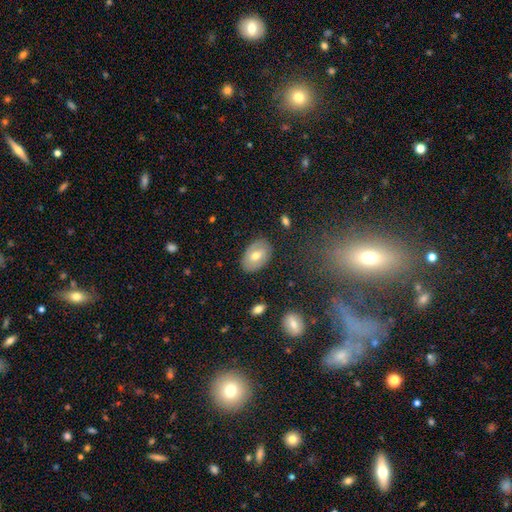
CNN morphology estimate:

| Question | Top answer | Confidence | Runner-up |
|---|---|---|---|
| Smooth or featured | smooth | 54% | featured or disk (38%) |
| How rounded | in between | 87% | round (11%) |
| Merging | none | 83% | minor disturbance (12%) |